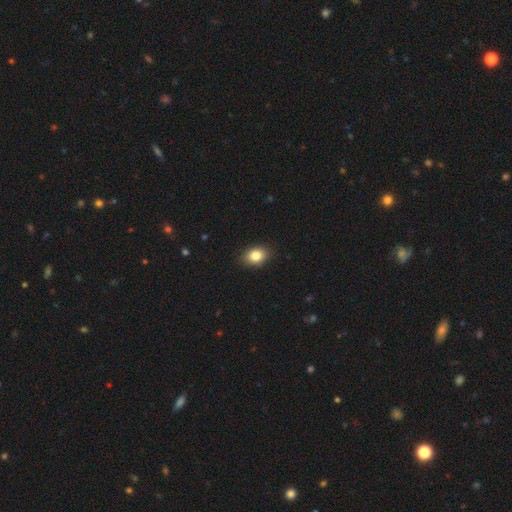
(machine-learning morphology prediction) Smooth or featured? Predicted: smooth (p=0.84). How rounded? Predicted: in between (p=0.74). Merging? Predicted: none (p=0.88).